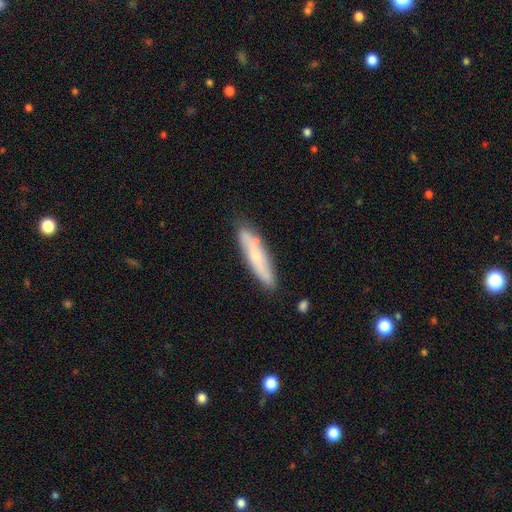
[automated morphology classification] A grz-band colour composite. It shows a smooth galaxy with no disk features (53%) that is cigar-shaped (80%). Merging: none (77%).